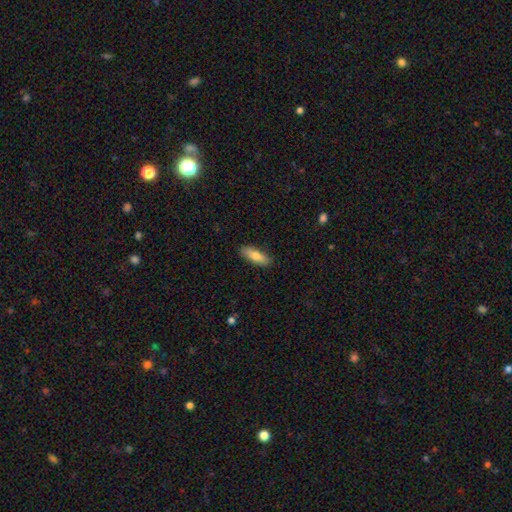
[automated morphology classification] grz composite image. It shows a smooth galaxy with no disk features (79%) that is in between round and cigar-shaped (59%). Merging: none (88%).